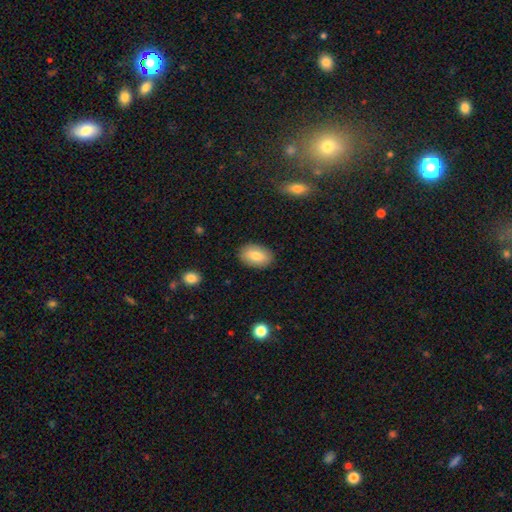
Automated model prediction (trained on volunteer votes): Q: Smooth or featured?
A: smooth (79%); runner-up: featured or disk (14%)
Q: How rounded?
A: in between (90%); runner-up: round (8%)
Q: Merging?
A: none (88%); runner-up: minor disturbance (9%)